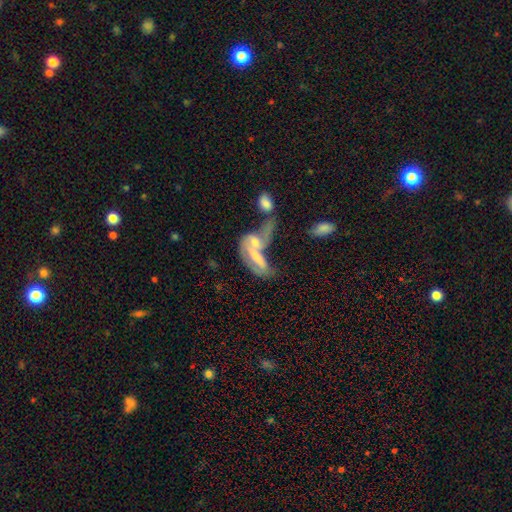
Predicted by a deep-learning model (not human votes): Morphology: type=featured or disk (60%); edge-on=no (89%); bar=no (52%); spiral arms=yes (59%); bulge=moderate (37%); merging=merger (62%).